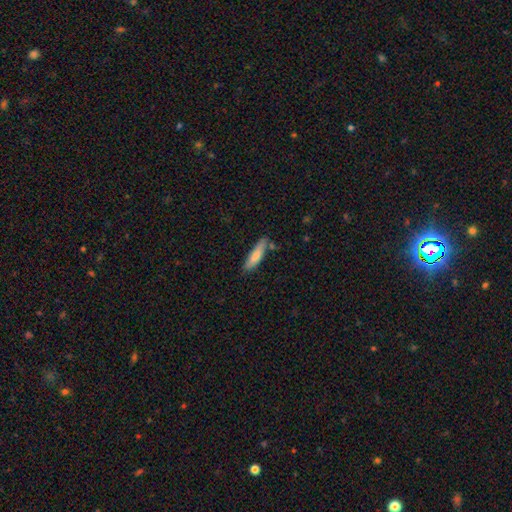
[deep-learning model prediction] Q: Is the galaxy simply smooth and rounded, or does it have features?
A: smooth — 79%.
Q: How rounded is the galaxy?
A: cigar-shaped — 72%.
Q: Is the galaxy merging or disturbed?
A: none — 72%.